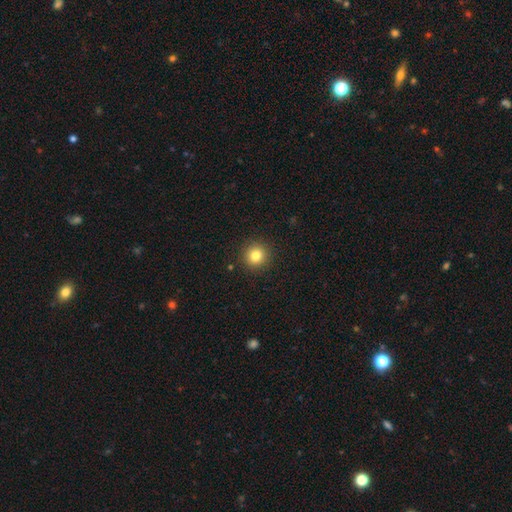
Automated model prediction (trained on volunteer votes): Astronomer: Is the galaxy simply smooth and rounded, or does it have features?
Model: smooth — 82%.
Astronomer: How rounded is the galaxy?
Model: round — 94%.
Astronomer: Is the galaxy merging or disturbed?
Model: none — 92%.